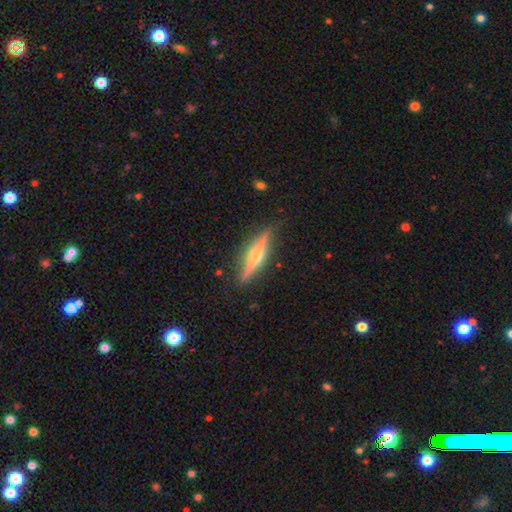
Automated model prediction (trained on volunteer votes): smooth_or_featured: featured or disk (p=0.74) [alt: smooth p=0.21]
disk_edge_on: yes (p=0.97) [alt: no p=0.03]
edge_on_bulge: rounded (p=0.90) [alt: boxy p=0.05]
merging: none (p=0.88) [alt: minor disturbance p=0.09]